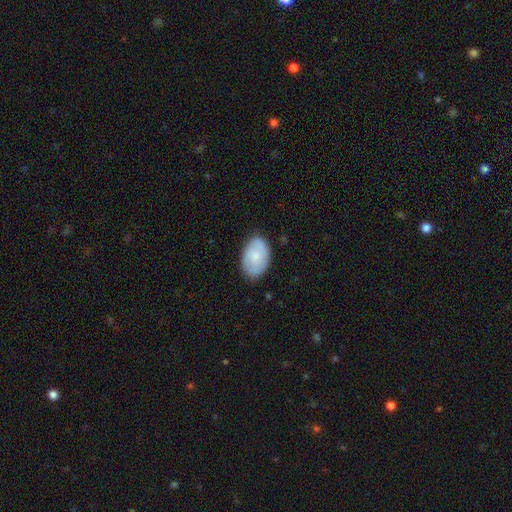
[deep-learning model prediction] smooth 68%, featured or disk 26%, star or artifact 6%. Down the decision tree: how rounded — in between (90%); merging — none (80%).